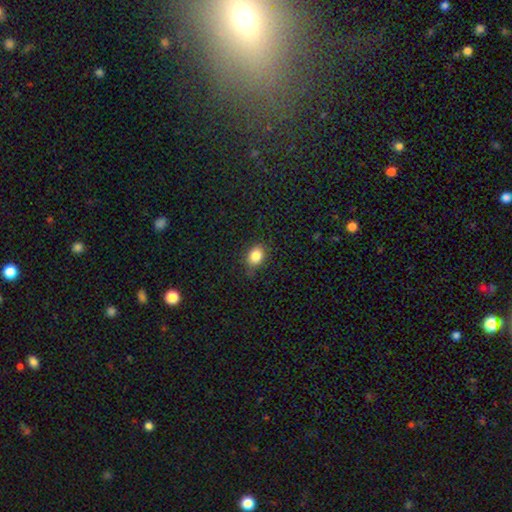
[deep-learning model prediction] This is clearly a smooth galaxy (84%). How rounded: possibly in between (56%). Merging: likely none (77%).